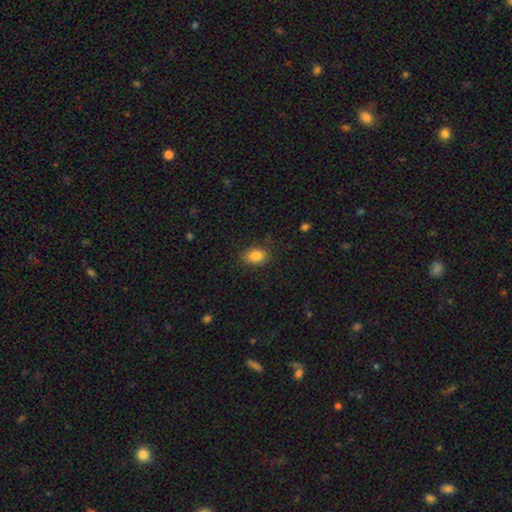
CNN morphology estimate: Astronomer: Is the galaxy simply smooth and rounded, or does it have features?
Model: smooth — 85%.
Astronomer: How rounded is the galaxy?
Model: in between — 80%.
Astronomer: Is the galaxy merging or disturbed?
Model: none — 82%.